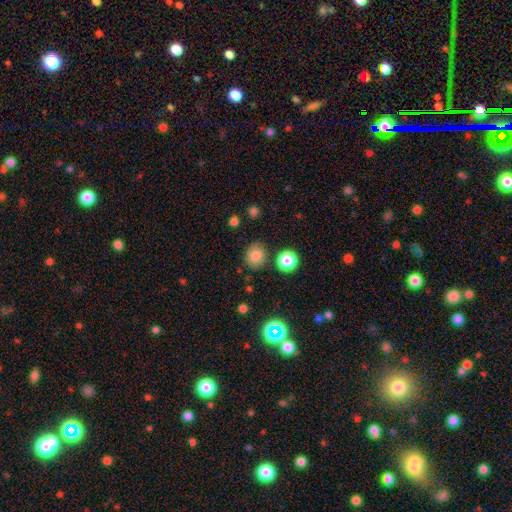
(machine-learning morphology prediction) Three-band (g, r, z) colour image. It shows a smooth galaxy with no disk features (81%) that is round (62%). Merging: none (79%).